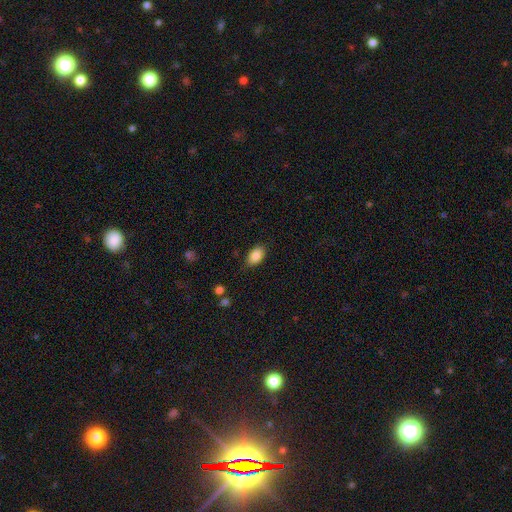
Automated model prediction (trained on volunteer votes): smooth-or-featured: smooth: 86% | star or artifact: 8% | featured or disk: 6%
  how-rounded: in between: 89% | round: 10% | cigar-shaped: 1%
  merging: none: 83% | minor disturbance: 13% | major disturbance: 3% | merger: 1%